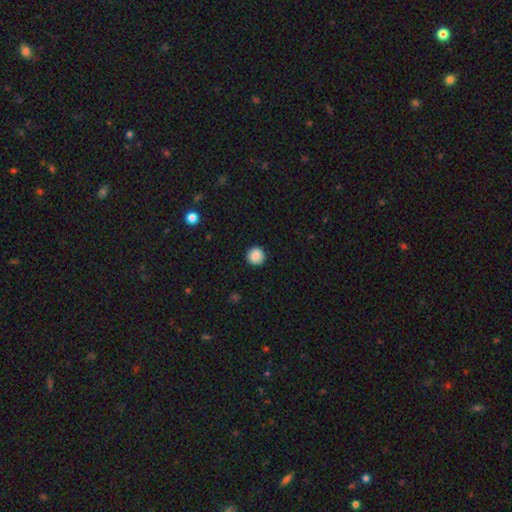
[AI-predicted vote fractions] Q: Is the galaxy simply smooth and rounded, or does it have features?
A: smooth — 88%.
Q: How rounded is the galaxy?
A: round — 95%.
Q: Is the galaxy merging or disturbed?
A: none — 92%.